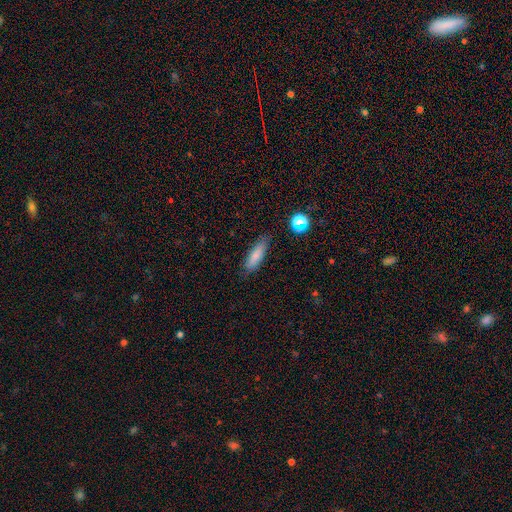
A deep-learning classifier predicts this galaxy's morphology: This is likely a smooth galaxy (80%). How rounded: likely cigar-shaped (61%). Merging: clearly none (81%).